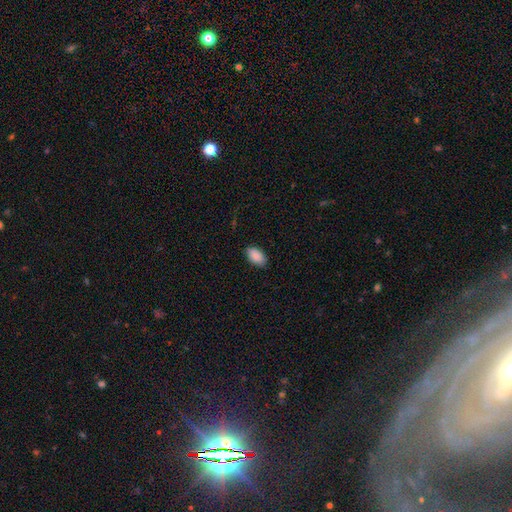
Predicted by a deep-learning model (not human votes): smooth-or-featured: smooth: 90% | star or artifact: 7% | featured or disk: 4%
  how-rounded: in between: 94% | round: 5% | cigar-shaped: 2%
  merging: none: 86% | minor disturbance: 11% | major disturbance: 2% | merger: 1%